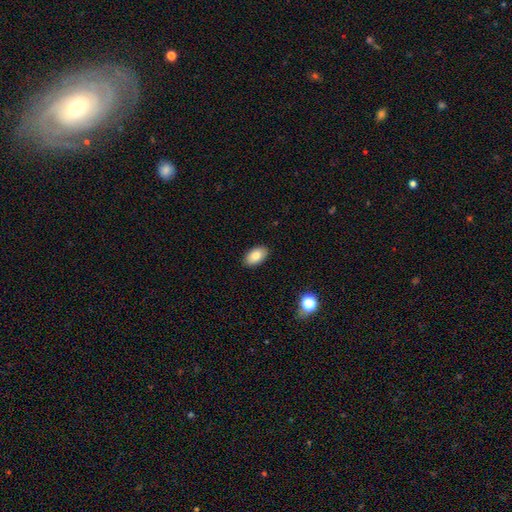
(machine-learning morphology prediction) This is clearly a smooth galaxy (84%). How rounded: clearly in between (94%). Merging: clearly none (89%).